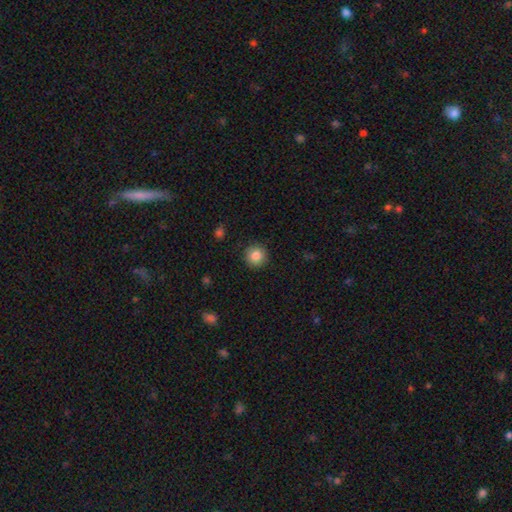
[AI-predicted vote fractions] smooth_or_featured: smooth (p=0.85) [alt: star or artifact p=0.09]
how_rounded: round (p=0.94) [alt: in between p=0.05]
merging: none (p=0.90) [alt: minor disturbance p=0.07]